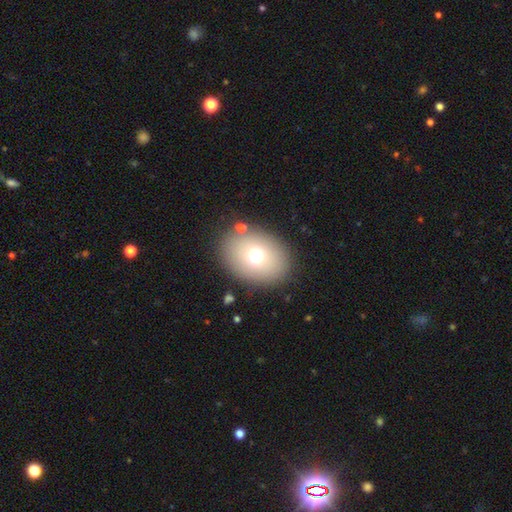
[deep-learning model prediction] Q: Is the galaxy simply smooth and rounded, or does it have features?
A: smooth — 71%.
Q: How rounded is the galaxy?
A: in between — 62%.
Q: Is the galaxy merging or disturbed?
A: none — 84%.